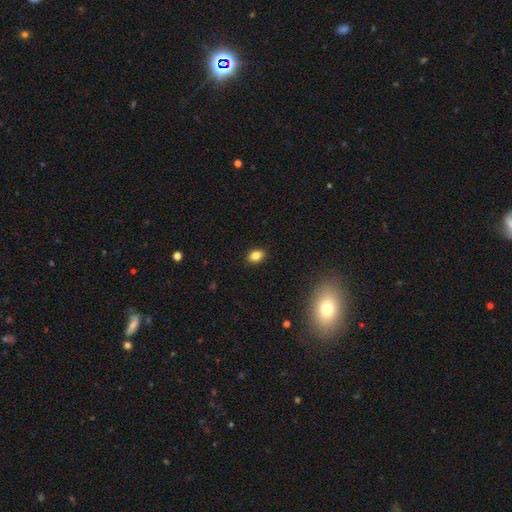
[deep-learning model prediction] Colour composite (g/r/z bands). It shows a smooth galaxy with no disk features (84%) that is in between round and cigar-shaped (76%). Merging: none (88%).